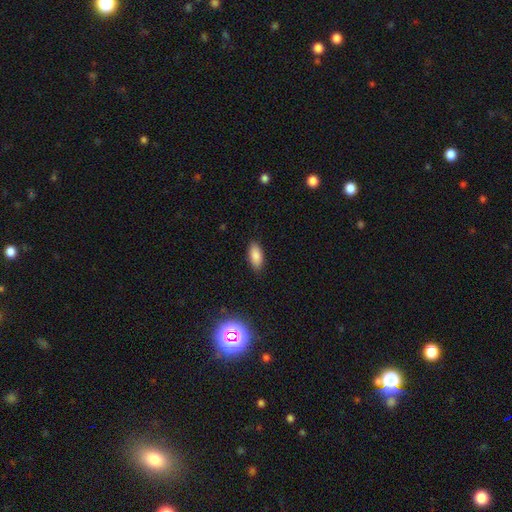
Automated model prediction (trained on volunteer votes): Smooth or featured: smooth — 87% (star or artifact — 8%)
How rounded: in between — 87% (cigar-shaped — 10%)
Merging: none — 87% (minor disturbance — 10%)